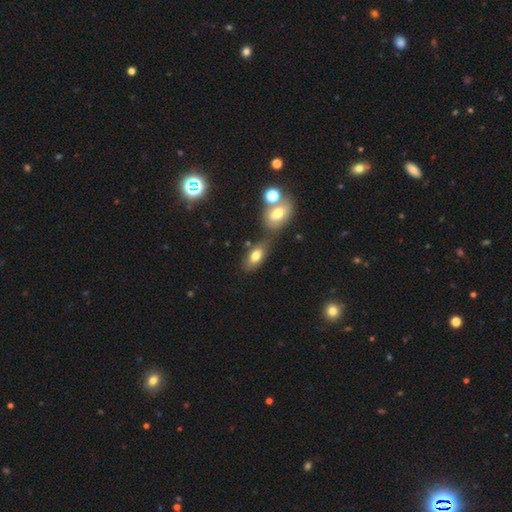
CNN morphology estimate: smooth-or-featured: smooth: 76% | featured or disk: 14% | star or artifact: 9%
  how-rounded: in between: 88% | round: 7% | cigar-shaped: 5%
  merging: none: 58% | merger: 22% | minor disturbance: 15% | major disturbance: 5%